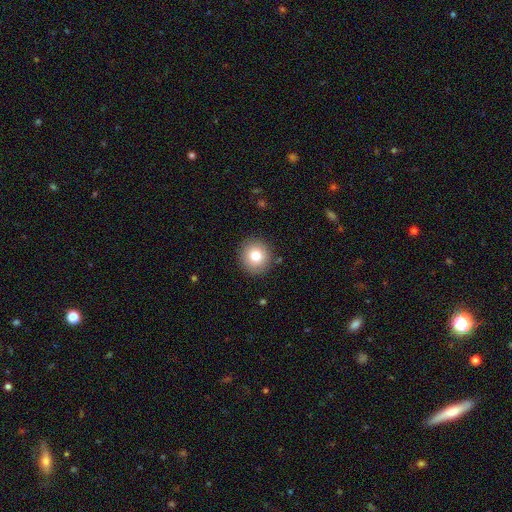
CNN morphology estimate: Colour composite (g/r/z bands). It shows a smooth galaxy with no disk features (79%) that is round (89%). Merging: none (89%).